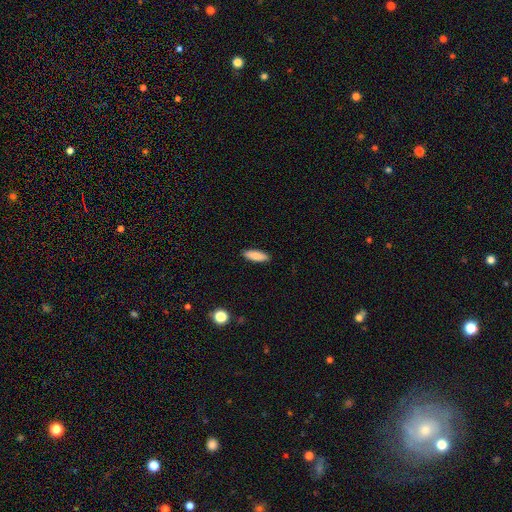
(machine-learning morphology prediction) Smooth or featured?
  - smooth: 86% *
  - featured or disk: 8%
  - star or artifact: 6%
How rounded?
  - in between: 53% *
  - cigar-shaped: 45%
  - round: 2%
Merging?
  - none: 90% *
  - minor disturbance: 8%
  - major disturbance: 2%
  - merger: 1%